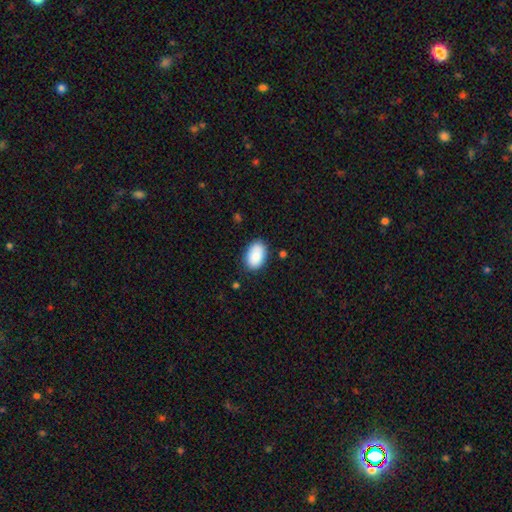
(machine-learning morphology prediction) Q: Smooth or featured?
A: smooth (85%); runner-up: featured or disk (8%)
Q: How rounded?
A: in between (89%); runner-up: round (10%)
Q: Merging?
A: none (82%); runner-up: minor disturbance (14%)